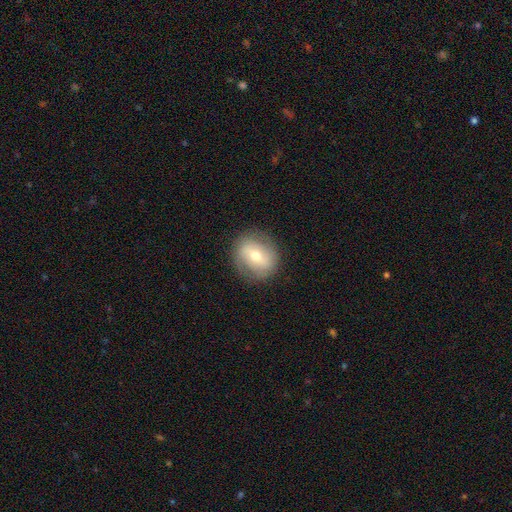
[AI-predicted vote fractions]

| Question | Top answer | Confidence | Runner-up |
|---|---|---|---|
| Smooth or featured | smooth | 50% | featured or disk (42%) |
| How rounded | round | 68% | in between (31%) |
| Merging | none | 82% | minor disturbance (12%) |